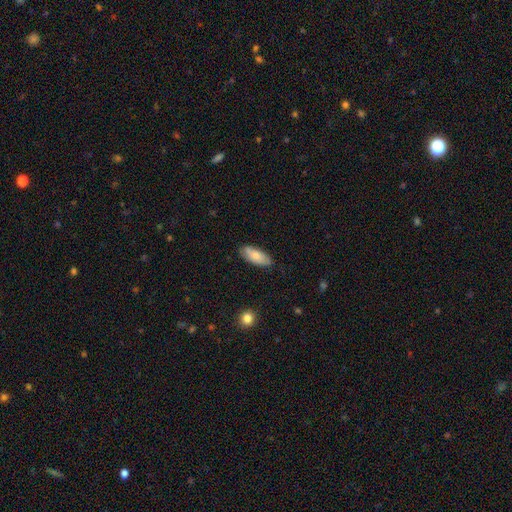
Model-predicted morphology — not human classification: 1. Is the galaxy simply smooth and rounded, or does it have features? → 79% smooth, 15% featured or disk, 6% star or artifact.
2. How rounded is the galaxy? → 81% in between, 18% cigar-shaped, 2% round.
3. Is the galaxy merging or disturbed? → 80% none, 16% minor disturbance, 3% major disturbance, 1% merger.